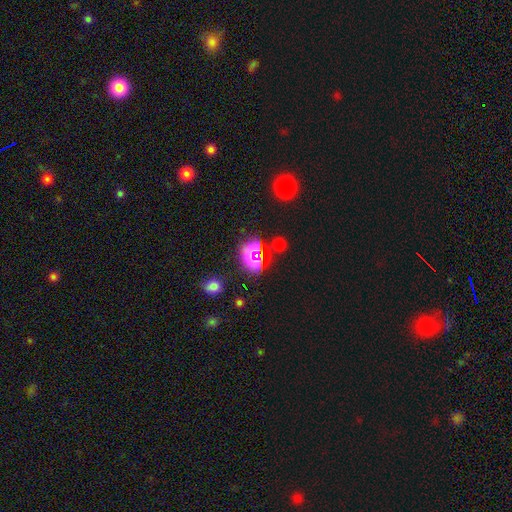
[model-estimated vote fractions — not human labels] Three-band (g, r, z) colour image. It shows a star or artifact, not a galaxy (67%).